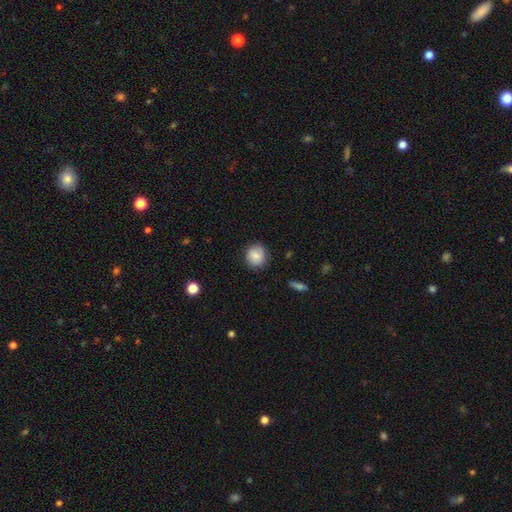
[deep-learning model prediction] The model was most divided on "merging": none: 81%, minor disturbance: 15%, major disturbance: 3%, merger: 1%. More confident: how rounded — round (84%); smooth or featured — smooth (80%).